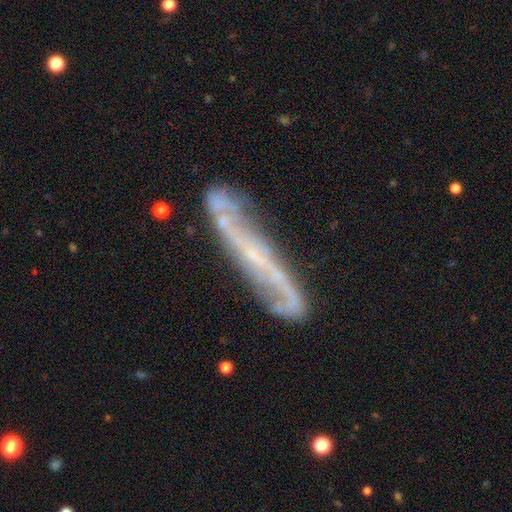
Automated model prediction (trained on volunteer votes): featured or disk 81%, smooth 12%, star or artifact 7%. Down the decision tree: edge-on disk — no (54%); merging — none (72%).